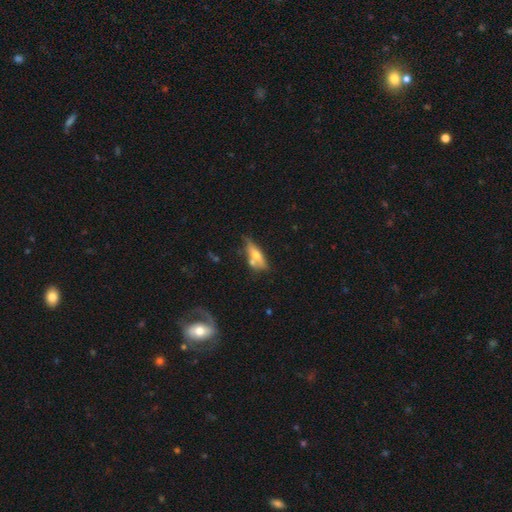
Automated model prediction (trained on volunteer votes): This is possibly a smooth galaxy (49%). Merging: possibly none (52%).